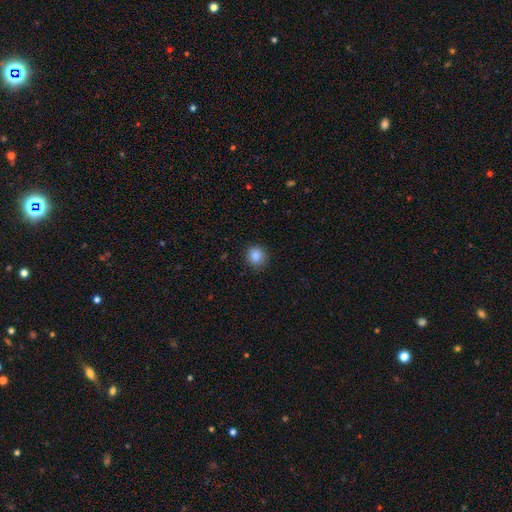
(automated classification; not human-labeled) Smooth or featured: smooth — 86% (star or artifact — 10%)
How rounded: round — 86% (in between — 13%)
Merging: none — 89% (minor disturbance — 7%)